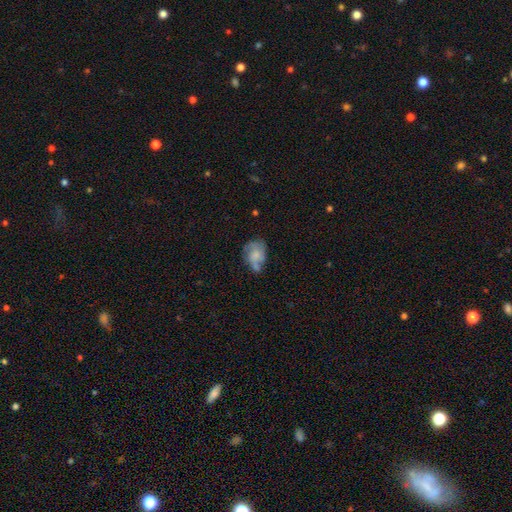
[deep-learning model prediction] Smooth or featured? smooth (52%)
How rounded? in between (70%)
Merging? none (35%)